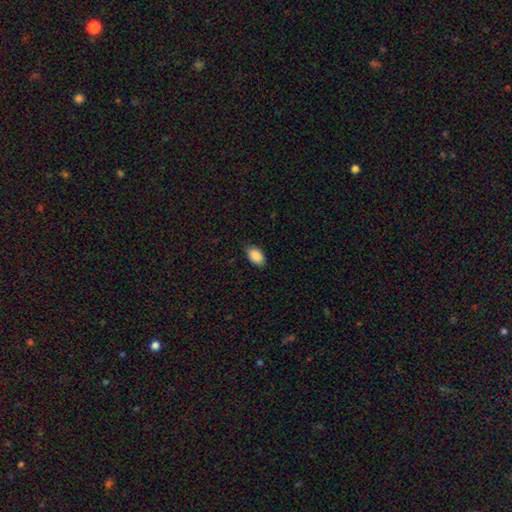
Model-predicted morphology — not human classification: Q: Smooth or featured?
A: smooth (89%); runner-up: star or artifact (7%)
Q: How rounded?
A: in between (92%); runner-up: round (6%)
Q: Merging?
A: none (83%); runner-up: minor disturbance (13%)